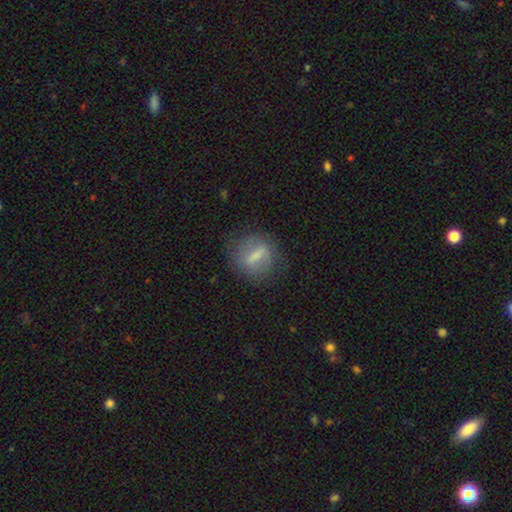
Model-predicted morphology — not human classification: A smooth galaxy with no disk features (53%) that is round (46%). Merging: none (76%).